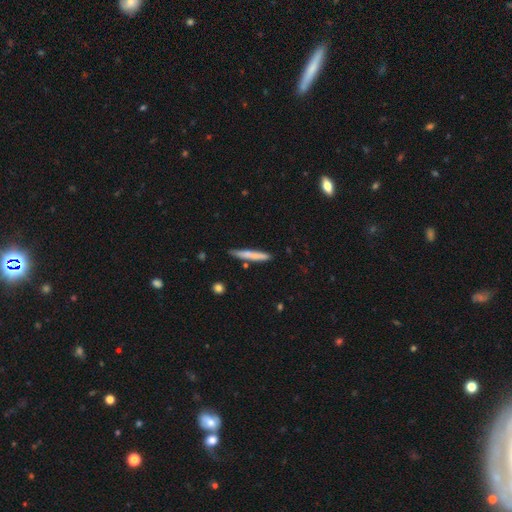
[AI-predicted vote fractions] Morphology: type=smooth (72%); roundness=cigar-shaped (94%); merging=none (79%).